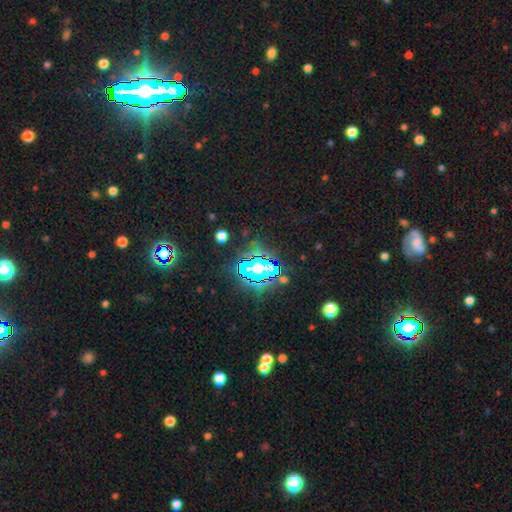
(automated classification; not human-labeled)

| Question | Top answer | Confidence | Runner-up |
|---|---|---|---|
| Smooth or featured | star or artifact | 85% | smooth (9%) |